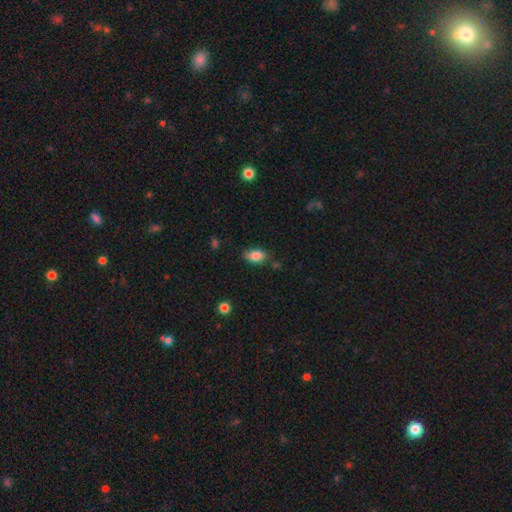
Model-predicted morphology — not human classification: This is clearly a smooth galaxy (85%). How rounded: clearly in between (89%). Merging: likely none (77%).